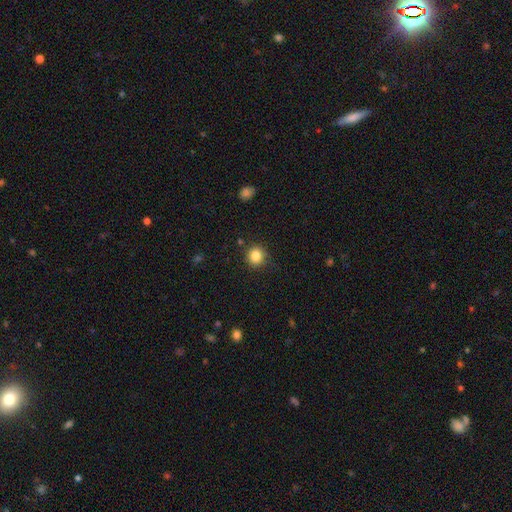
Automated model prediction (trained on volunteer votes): The model was most divided on "smooth or featured": smooth: 84%, star or artifact: 11%, featured or disk: 5%. More confident: how rounded — round (88%); merging — none (87%).